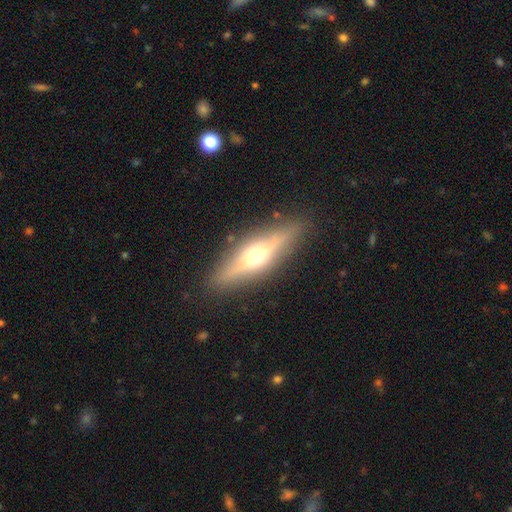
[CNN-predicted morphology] type=featured or disk (62%); edge-on=yes (91%); edge-on bulge=rounded (92%); merging=none (87%).